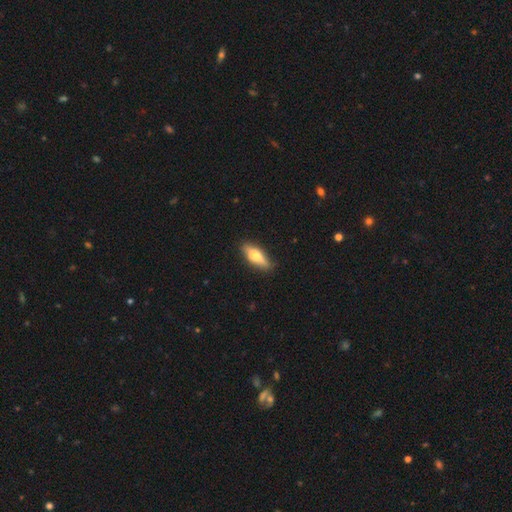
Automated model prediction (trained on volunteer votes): Morphology: type=smooth (67%); roundness=in between (60%); merging=none (83%).